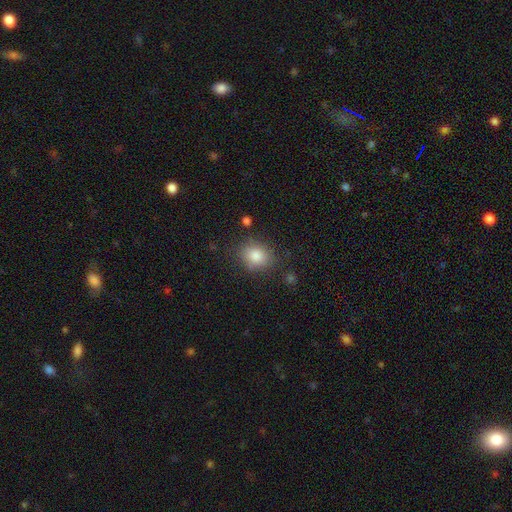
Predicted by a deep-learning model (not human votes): smooth_or_featured: smooth (p=0.84) [alt: star or artifact p=0.09]
how_rounded: round (p=0.49) [tied with: in between p=0.49]
merging: none (p=0.79) [alt: minor disturbance p=0.14]